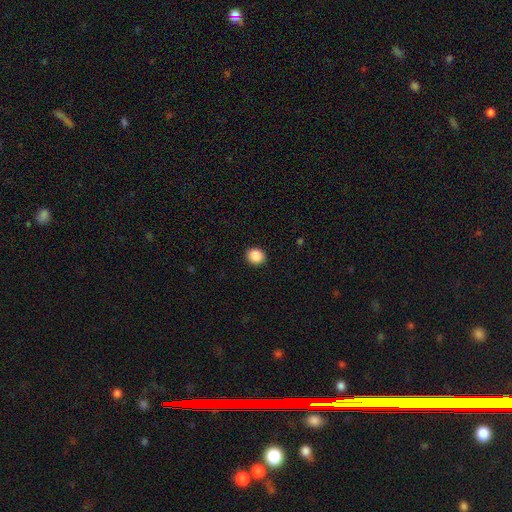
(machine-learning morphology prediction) A smooth galaxy with no disk features (89%) that is round (79%). Merging: none (91%).